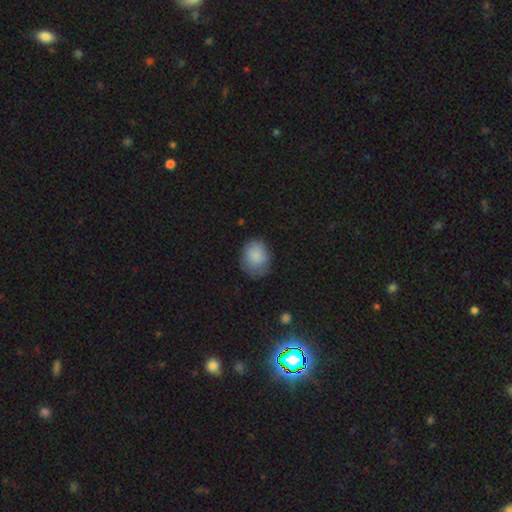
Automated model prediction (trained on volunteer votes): Smooth or featured? Predicted: smooth (p=0.82). How rounded? Predicted: round (p=0.58). Merging? Predicted: none (p=0.69).